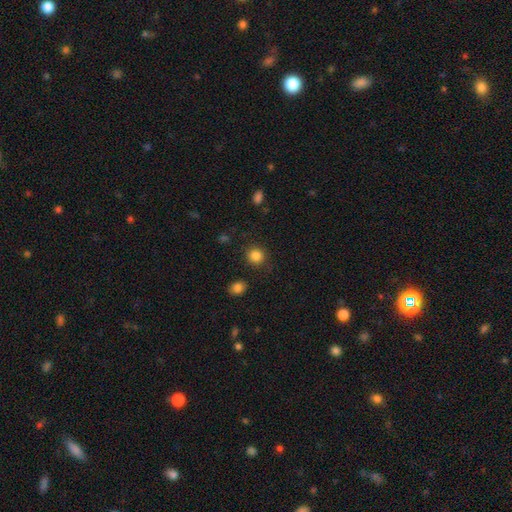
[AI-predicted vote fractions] Smooth or featured? smooth (85%)
How rounded? round (90%)
Merging? none (88%)